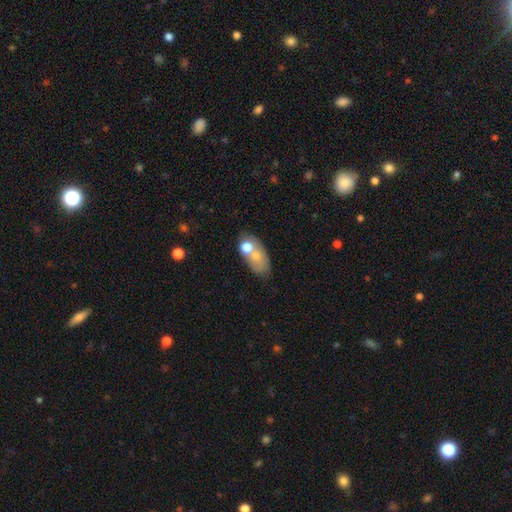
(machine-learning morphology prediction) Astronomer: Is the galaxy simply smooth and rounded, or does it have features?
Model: smooth — 65%.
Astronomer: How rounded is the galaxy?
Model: in between — 84%.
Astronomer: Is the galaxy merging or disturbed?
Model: merger — 40% (runner-up: none, 33%).